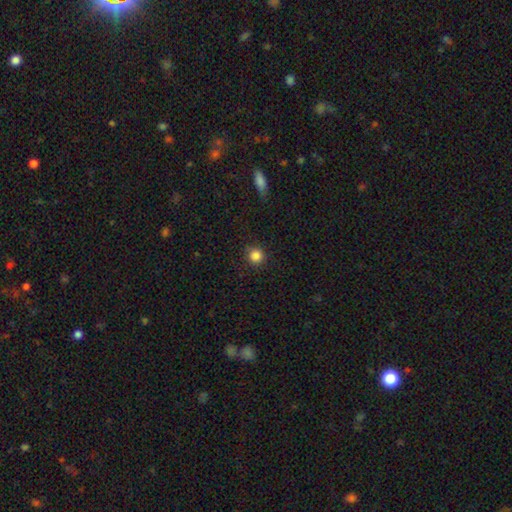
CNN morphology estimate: Overall: smooth (85%). How rounded: round (93%). Merging: none (88%).